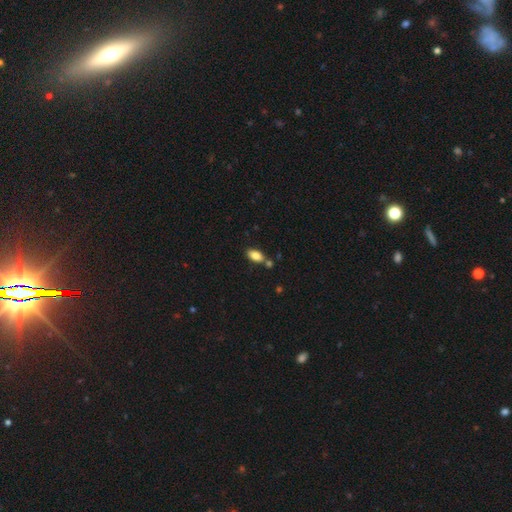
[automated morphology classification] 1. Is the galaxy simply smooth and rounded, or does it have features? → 84% smooth, 8% featured or disk, 8% star or artifact.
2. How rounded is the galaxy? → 91% in between, 5% cigar-shaped, 4% round.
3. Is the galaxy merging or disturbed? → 71% none, 14% merger, 12% minor disturbance, 3% major disturbance.